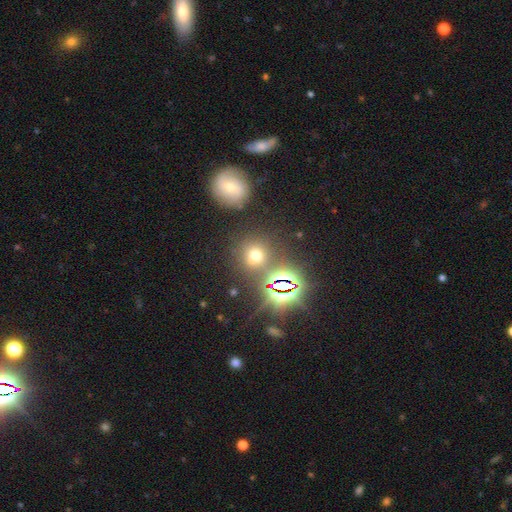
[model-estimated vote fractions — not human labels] A smooth galaxy with no disk features (56%) that is round (85%). Merging: none (75%).